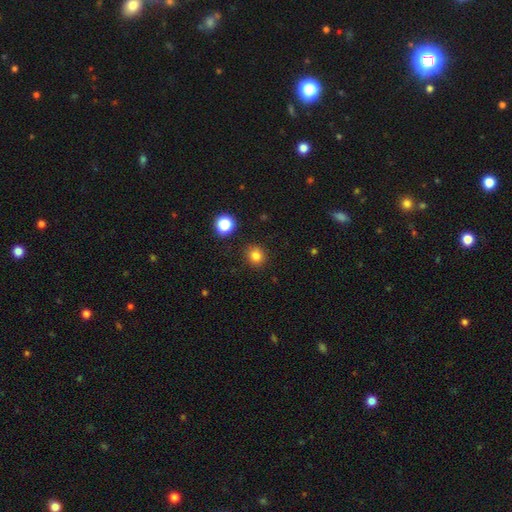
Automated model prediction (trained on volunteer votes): Smooth or featured?
  - smooth: 81% *
  - star or artifact: 14%
  - featured or disk: 5%
How rounded?
  - round: 87% *
  - in between: 12%
  - cigar-shaped: 1%
Merging?
  - none: 88% *
  - minor disturbance: 7%
  - major disturbance: 2%
  - merger: 2%